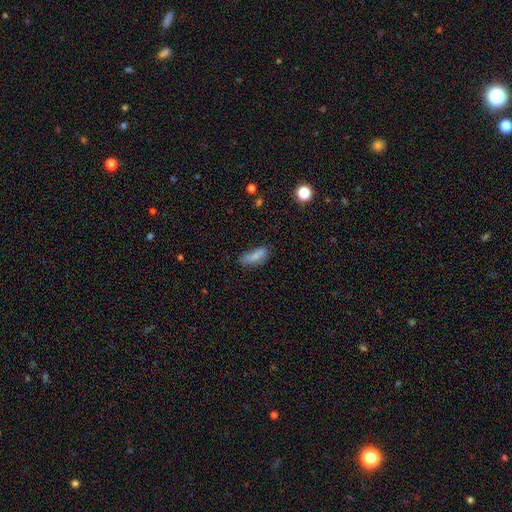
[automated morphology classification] smooth_or_featured: smooth (p=0.78) [alt: featured or disk p=0.13]
how_rounded: in between (p=0.71) [alt: cigar-shaped p=0.26]
merging: none (p=0.58) [alt: minor disturbance p=0.28]